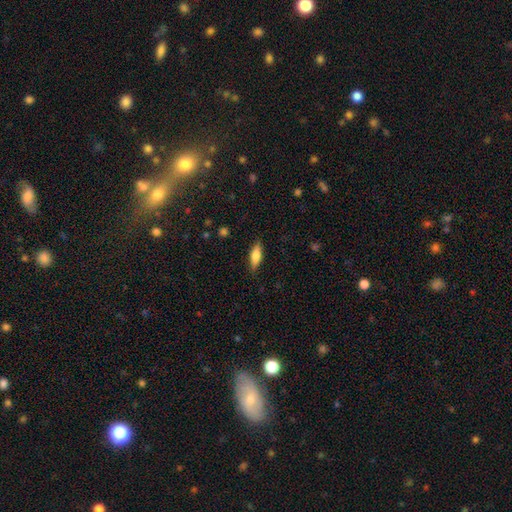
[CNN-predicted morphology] Smooth or featured? smooth (64%)
How rounded? in between (50%)
Merging? none (86%)